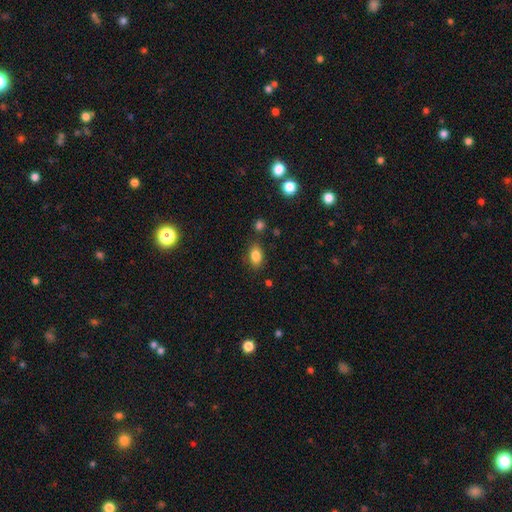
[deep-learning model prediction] A smooth galaxy with no disk features (84%) that is in between round and cigar-shaped (82%).

Vote fractions:
- Smooth or featured? smooth: 84% / star or artifact: 10% / featured or disk: 7%
- How rounded? in between: 82% / round: 16% / cigar-shaped: 2%
- Merging? none: 80% / minor disturbance: 13% / merger: 4% / major disturbance: 3%